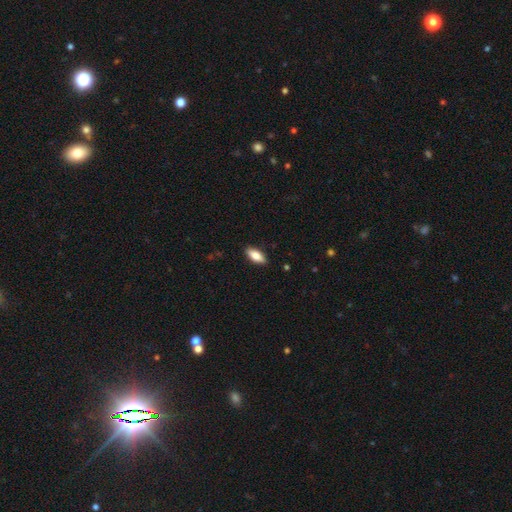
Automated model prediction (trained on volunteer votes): Smooth or featured? Predicted: smooth (p=0.78). How rounded? Predicted: in between (p=0.82). Merging? Predicted: none (p=0.88).